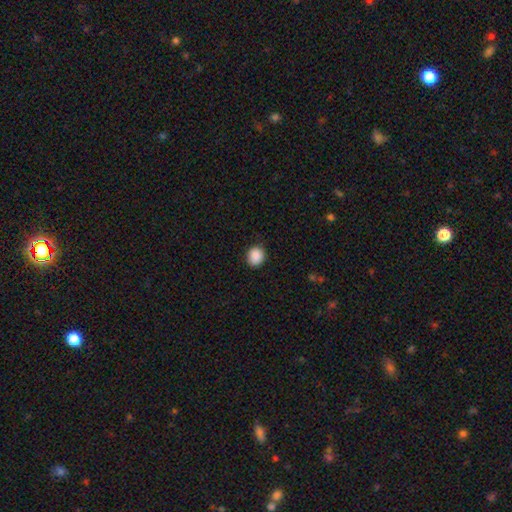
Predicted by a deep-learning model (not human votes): Smooth or featured?
  - smooth: 89% *
  - star or artifact: 8%
  - featured or disk: 2%
How rounded?
  - round: 72% *
  - in between: 27%
  - cigar-shaped: 1%
Merging?
  - none: 86% *
  - minor disturbance: 11%
  - major disturbance: 2%
  - merger: 1%